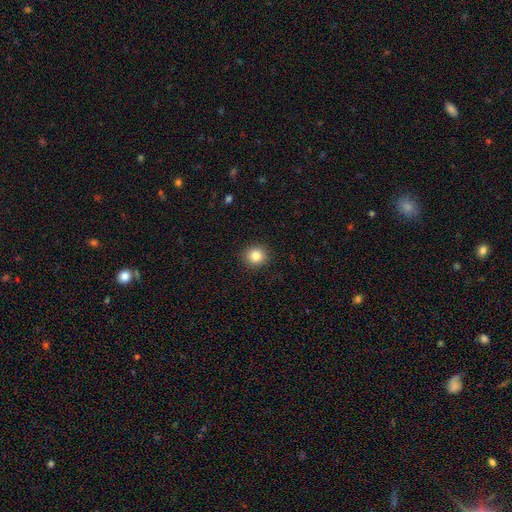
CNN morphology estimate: Smooth or featured: smooth — 85% (star or artifact — 10%)
How rounded: round — 88% (in between — 11%)
Merging: none — 91% (minor disturbance — 6%)